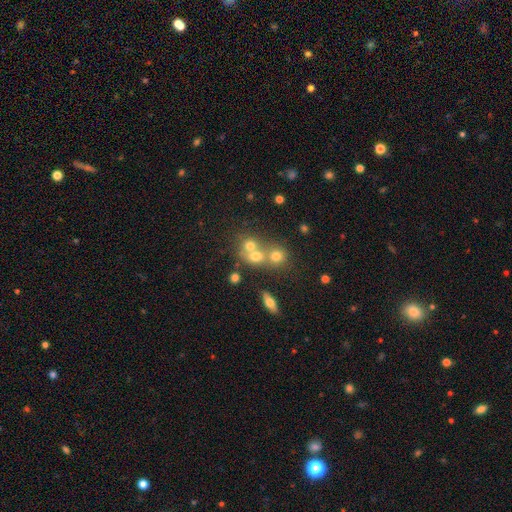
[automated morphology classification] A smooth galaxy with no disk features (62%) that is round (73%). Merging: merger (54%).